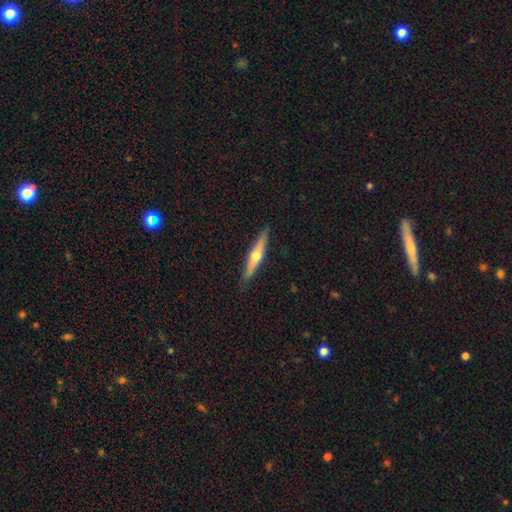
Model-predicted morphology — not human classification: smooth-or-featured: featured or disk: 60% | smooth: 34% | star or artifact: 5%
  disk-edge-on: yes: 95% | no: 5%
    edge-on-bulge: rounded: 93% | none: 4% | boxy: 2%
  merging: none: 90% | minor disturbance: 8% | major disturbance: 2% | merger: 1%